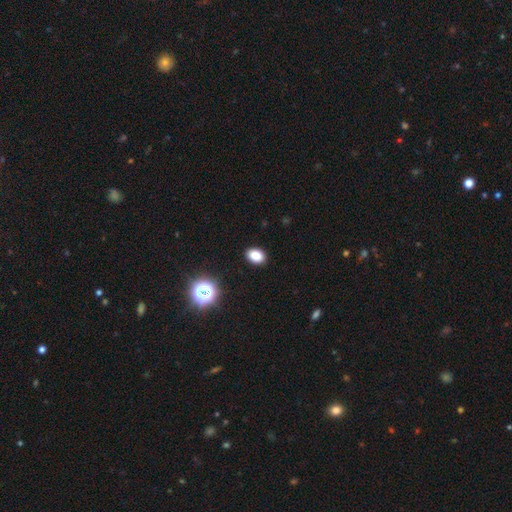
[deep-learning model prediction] Morphology: type=smooth (84%); roundness=in between (74%); merging=none (90%).